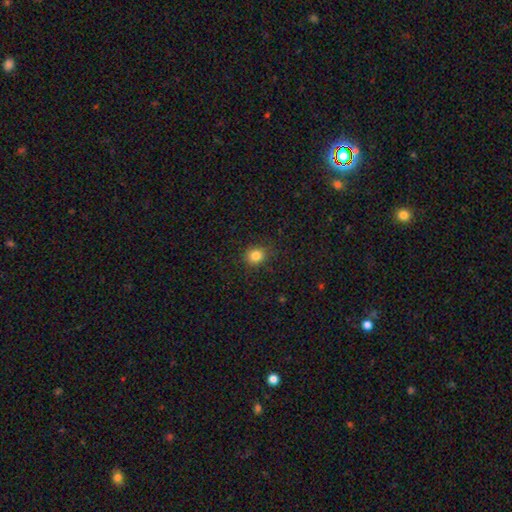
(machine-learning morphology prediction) Q: Smooth or featured?
A: smooth (83%); runner-up: star or artifact (12%)
Q: How rounded?
A: round (80%); runner-up: in between (19%)
Q: Merging?
A: none (87%); runner-up: minor disturbance (9%)